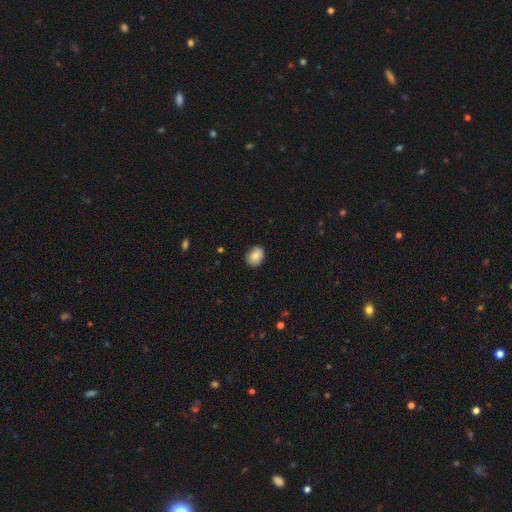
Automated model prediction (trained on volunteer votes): A smooth galaxy with no disk features (86%) that is in between round and cigar-shaped (65%).

Vote fractions:
- Smooth or featured? smooth: 86% / star or artifact: 8% / featured or disk: 6%
- How rounded? in between: 65% / round: 34% / cigar-shaped: 1%
- Merging? none: 86% / minor disturbance: 11% / major disturbance: 2% / merger: 1%